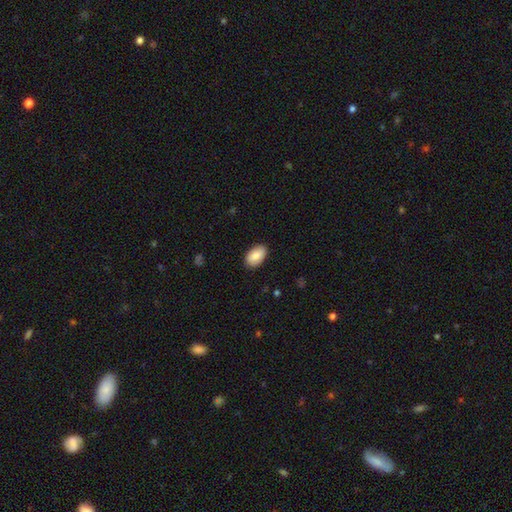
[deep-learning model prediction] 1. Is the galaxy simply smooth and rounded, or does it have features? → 85% smooth, 9% featured or disk, 6% star or artifact.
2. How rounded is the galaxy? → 94% in between, 5% round, 1% cigar-shaped.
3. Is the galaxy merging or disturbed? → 87% none, 10% minor disturbance, 2% major disturbance, 1% merger.